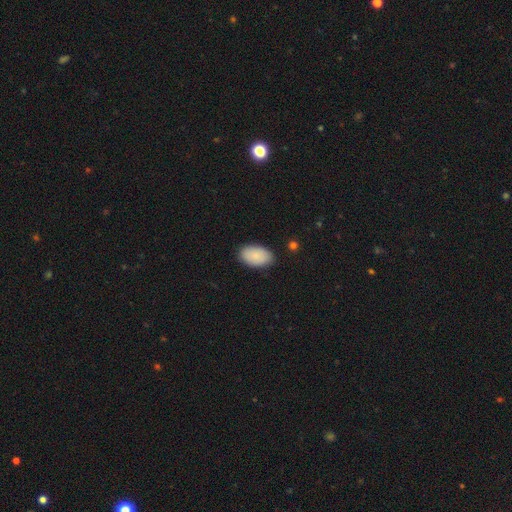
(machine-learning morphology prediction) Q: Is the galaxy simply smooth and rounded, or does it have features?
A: smooth — 88%.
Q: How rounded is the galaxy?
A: in between — 95%.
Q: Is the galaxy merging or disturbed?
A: none — 87%.